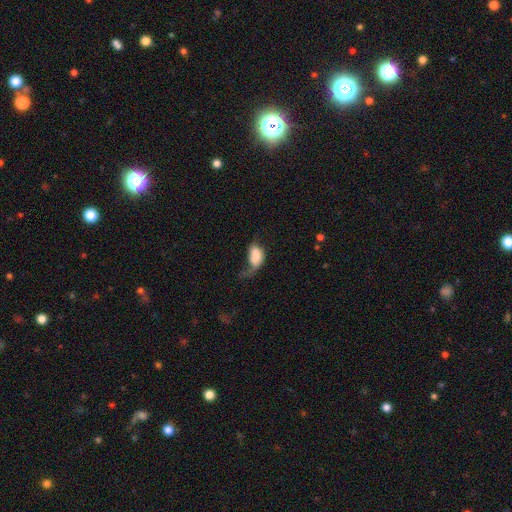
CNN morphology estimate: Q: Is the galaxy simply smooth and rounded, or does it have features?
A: smooth — 68%.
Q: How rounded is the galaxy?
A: in between — 88%.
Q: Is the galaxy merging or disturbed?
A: major disturbance — 52%.